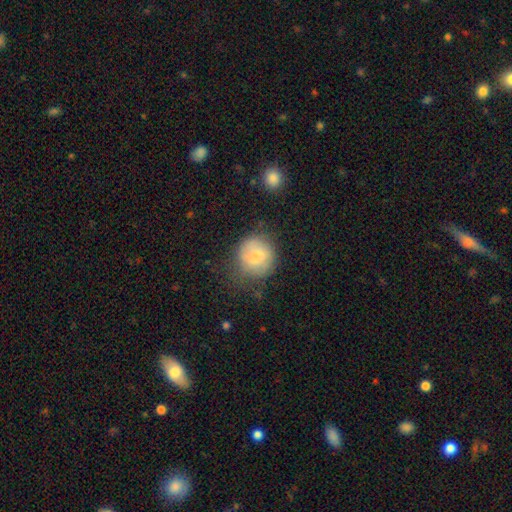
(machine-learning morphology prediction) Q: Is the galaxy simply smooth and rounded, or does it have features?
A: smooth — 74%.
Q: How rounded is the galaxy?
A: round — 84%.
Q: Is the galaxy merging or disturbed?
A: none — 53%.